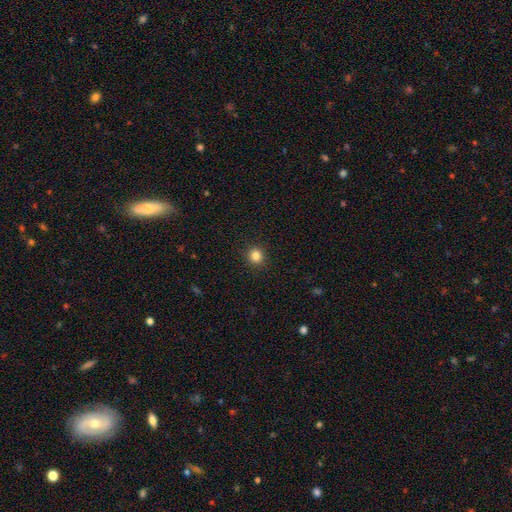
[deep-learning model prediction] This appears to be a smooth galaxy with no disk features (83%) that is round (92%). Merging: none (92%).